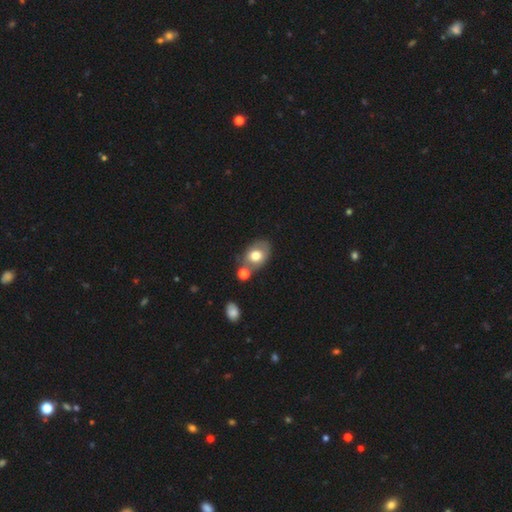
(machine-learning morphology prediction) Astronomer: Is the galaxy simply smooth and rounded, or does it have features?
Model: smooth — 70%.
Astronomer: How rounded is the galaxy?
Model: in between — 76%.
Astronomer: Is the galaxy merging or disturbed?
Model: none — 52%.